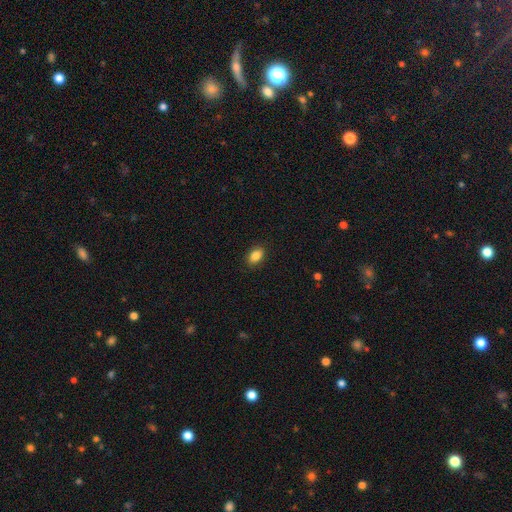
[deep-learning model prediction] Smooth or featured?
  - smooth: 87% *
  - star or artifact: 8%
  - featured or disk: 5%
How rounded?
  - in between: 84% *
  - round: 15%
  - cigar-shaped: 1%
Merging?
  - none: 89% *
  - minor disturbance: 8%
  - major disturbance: 2%
  - merger: 1%